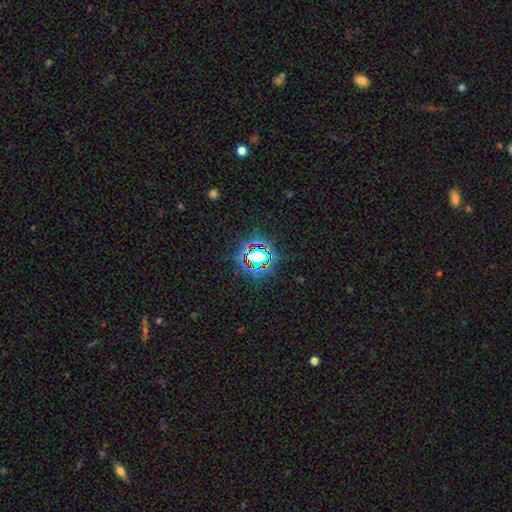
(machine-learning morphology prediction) Smooth or featured: star or artifact — 70% (smooth — 19%)